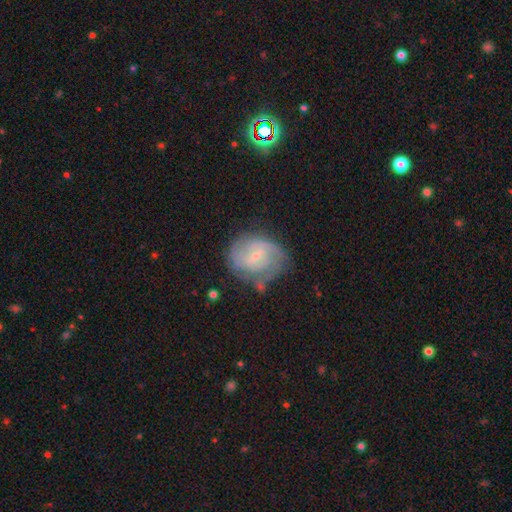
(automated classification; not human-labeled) Smooth or featured? featured or disk (72%)
Edge-on disk? no (98%)
Bar? weak (51%)
Spiral arms? yes (88%)
Spiral winding? tight (51%)
Spiral arm count? 2 (38%)
Bulge size? small (74%)
Merging? none (58%)